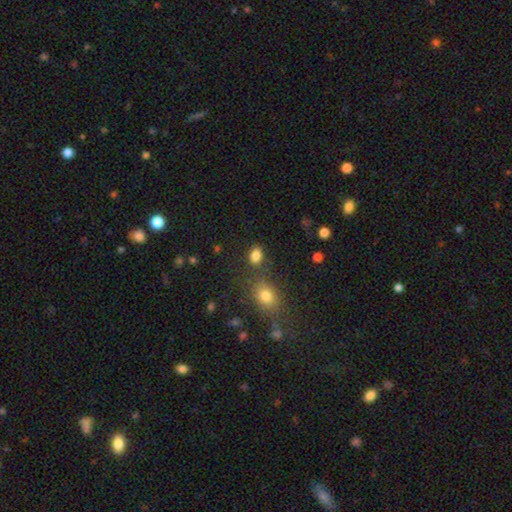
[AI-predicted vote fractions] smooth 84%, star or artifact 12%, featured or disk 5%. Down the decision tree: how rounded — in between (79%); merging — none (74%).